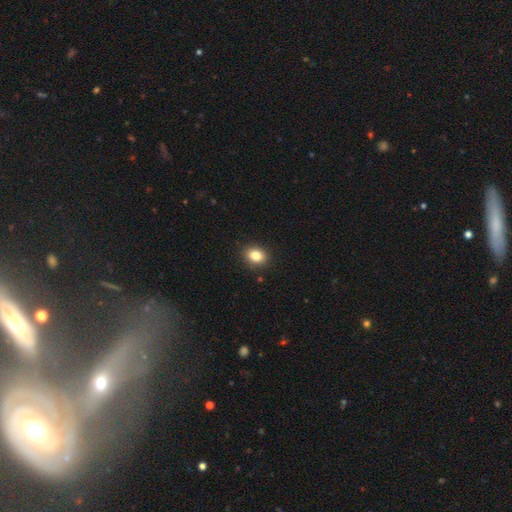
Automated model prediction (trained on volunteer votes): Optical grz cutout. It shows a smooth galaxy with no disk features (84%) that is in between round and cigar-shaped (55%). Merging: none (89%).